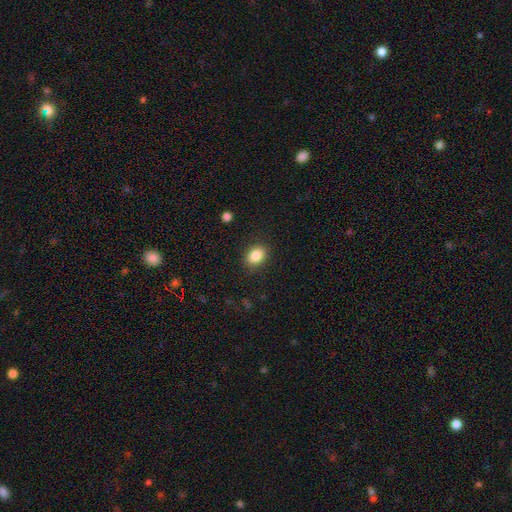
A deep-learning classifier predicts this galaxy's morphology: smooth_or_featured: smooth (p=0.86) [alt: star or artifact p=0.09]
how_rounded: in between (p=0.68) [alt: round p=0.31]
merging: none (p=0.87) [alt: minor disturbance p=0.09]